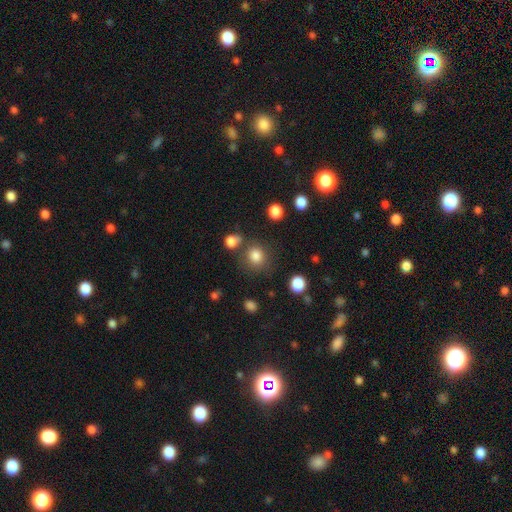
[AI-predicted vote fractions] Smooth or featured: smooth — 82% (star or artifact — 12%)
How rounded: round — 86% (in between — 13%)
Merging: none — 75% (minor disturbance — 11%)